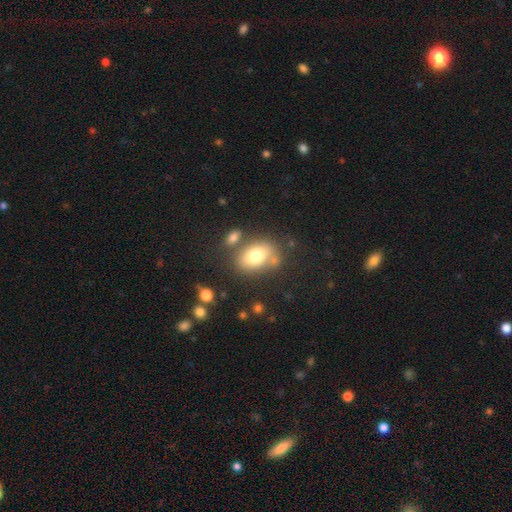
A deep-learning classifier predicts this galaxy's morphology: Q: Smooth or featured?
A: smooth (74%); runner-up: featured or disk (17%)
Q: How rounded?
A: in between (78%); runner-up: round (21%)
Q: Merging?
A: none (63%); runner-up: merger (16%)